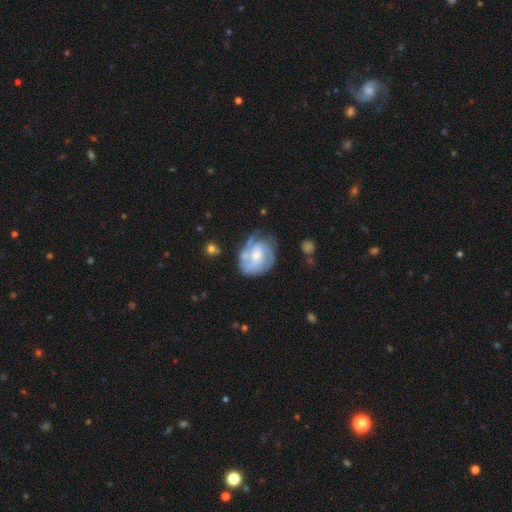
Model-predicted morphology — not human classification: A featured or disk galaxy (77%) with no bar (60%), 2 (37%) tight (57%) spiral arms (88%) and a small central bulge (56%). Merging: none (56%).